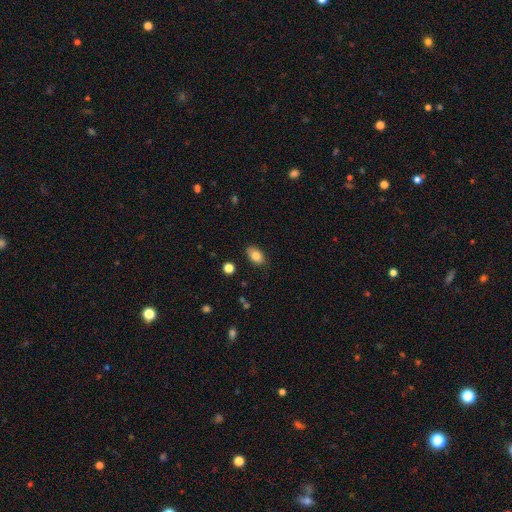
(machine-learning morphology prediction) This is clearly a smooth galaxy (84%). How rounded: clearly in between (89%). Merging: clearly none (81%).